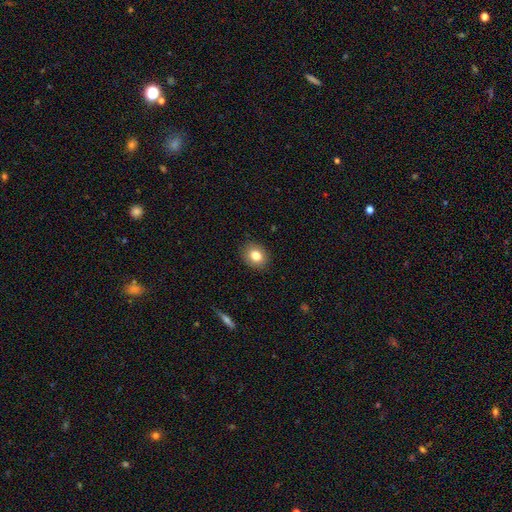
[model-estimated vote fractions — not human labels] This appears to be a smooth galaxy with no disk features (81%) that is round (59%). Merging: none (89%).